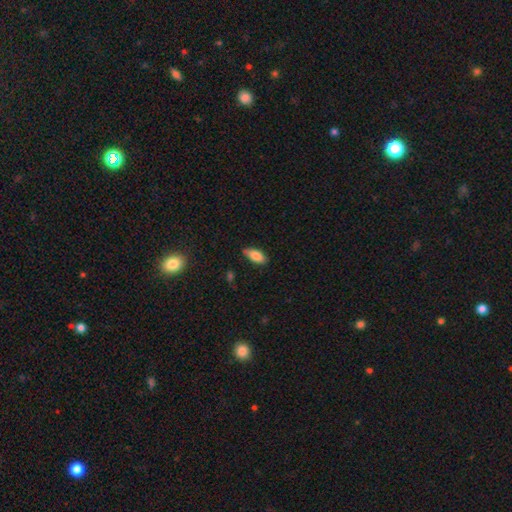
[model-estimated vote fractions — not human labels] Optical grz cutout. It shows a smooth galaxy with no disk features (83%) that is in between round and cigar-shaped (85%). Merging: none (73%).